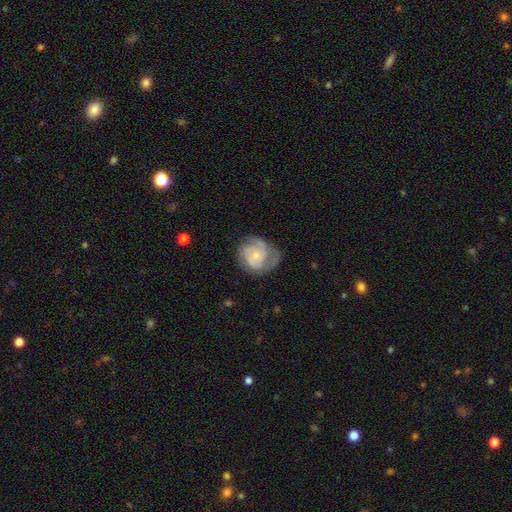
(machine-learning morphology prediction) smooth-or-featured: featured or disk: 77% | smooth: 17% | star or artifact: 6%
  disk-edge-on: no: 98% | yes: 2%
    bar: no: 74% | weak: 23% | strong: 4%
    has-spiral-arms: yes: 93% | no: 7%
      spiral-winding: tight: 49% | medium: 40% | loose: 11%
      spiral-arm-count: 2: 38% | 3: 30% | can't tell: 18% | 4: 5% | 1: 5% | more than 4: 4%
    bulge-size: small: 64% | moderate: 30% | none: 3% | large: 2% | dominant: 1%
  merging: none: 60% | minor disturbance: 24% | major disturbance: 14% | merger: 2%